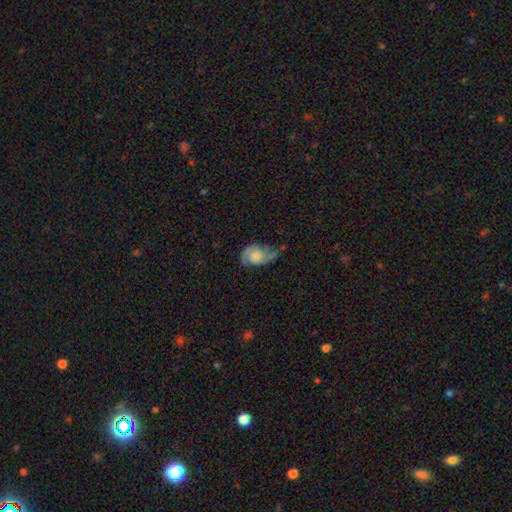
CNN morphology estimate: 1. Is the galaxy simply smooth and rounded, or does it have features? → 67% featured or disk, 26% smooth, 7% star or artifact.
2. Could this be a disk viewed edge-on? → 97% no, 3% yes.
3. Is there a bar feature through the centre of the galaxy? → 73% no, 23% weak, 3% strong.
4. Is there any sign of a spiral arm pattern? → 91% yes, 9% no.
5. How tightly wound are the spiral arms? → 42% loose, 40% medium, 18% tight.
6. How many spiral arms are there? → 83% 2, 8% 1, 6% can't tell, 1% 3, 1% 4, 1% more than 4.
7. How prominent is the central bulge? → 28% large, 26% moderate, 24% none, 17% small, 5% dominant.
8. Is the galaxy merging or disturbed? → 43% none, 33% minor disturbance, 22% major disturbance, 3% merger.